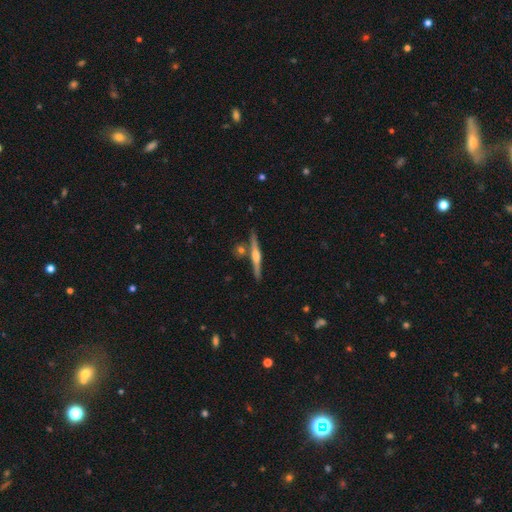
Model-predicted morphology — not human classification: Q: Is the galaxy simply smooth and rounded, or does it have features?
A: featured or disk — 72%.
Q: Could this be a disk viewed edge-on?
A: yes — 98%.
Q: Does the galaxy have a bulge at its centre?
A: rounded — 81%.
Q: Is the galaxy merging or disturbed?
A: none — 84%.